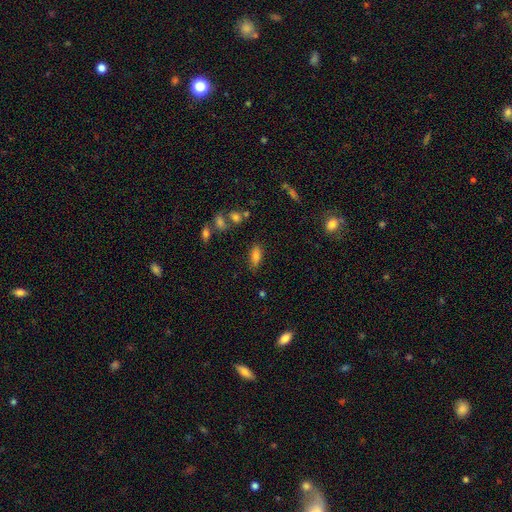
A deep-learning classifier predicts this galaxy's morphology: smooth_or_featured: smooth (p=0.79) [alt: featured or disk p=0.10]
how_rounded: in between (p=0.80) [alt: cigar-shaped p=0.16]
merging: none (p=0.78) [alt: minor disturbance p=0.15]